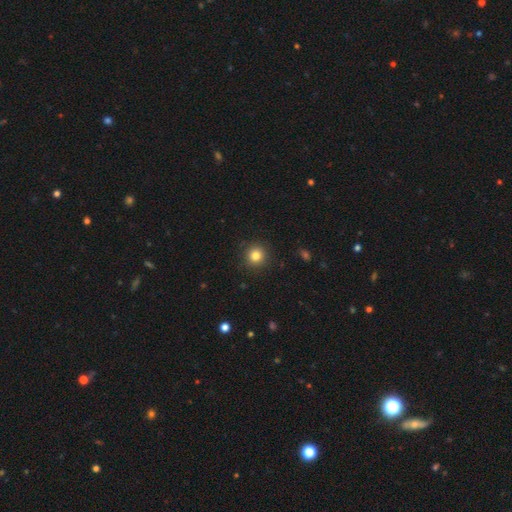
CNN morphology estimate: This appears to be a smooth galaxy with no disk features (82%) that is round (93%). Merging: none (91%).